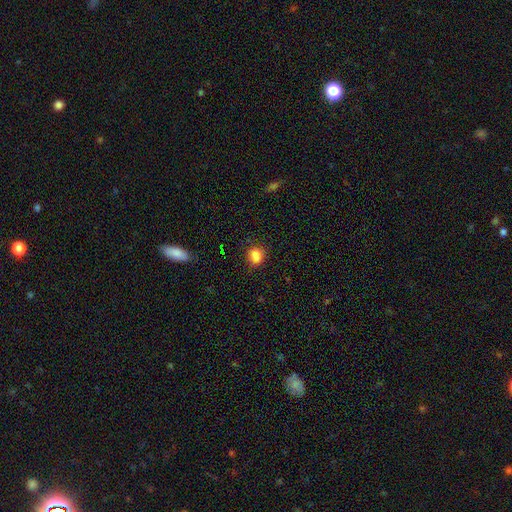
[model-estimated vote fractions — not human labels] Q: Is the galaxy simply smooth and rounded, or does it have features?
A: smooth — 81%.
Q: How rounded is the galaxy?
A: in between — 52%.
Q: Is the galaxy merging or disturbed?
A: none — 71%.